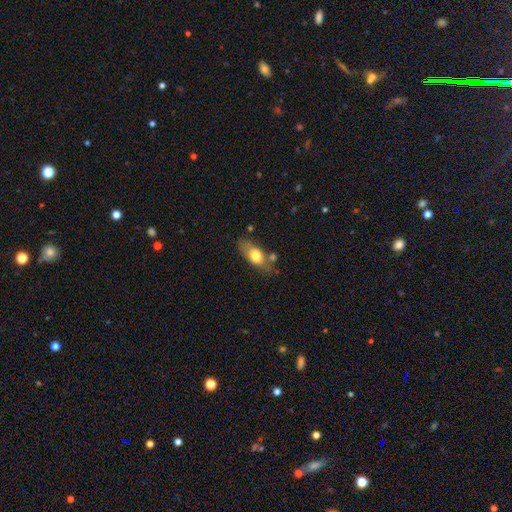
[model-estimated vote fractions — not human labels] A smooth galaxy with no disk features (71%) that is in between round and cigar-shaped (82%). Merging: none (59%).